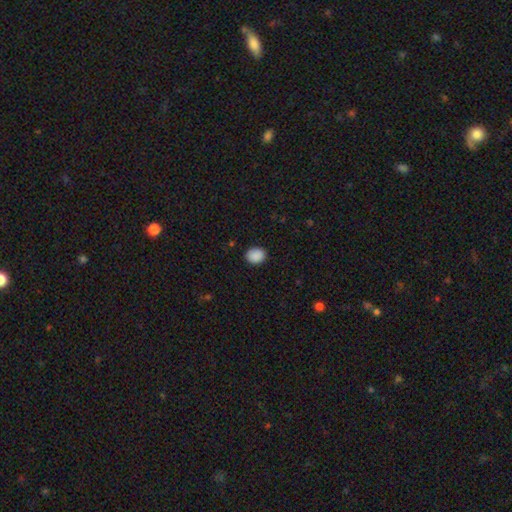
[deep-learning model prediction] This appears to be a smooth galaxy with no disk features (89%) that is round (60%). Merging: none (88%).